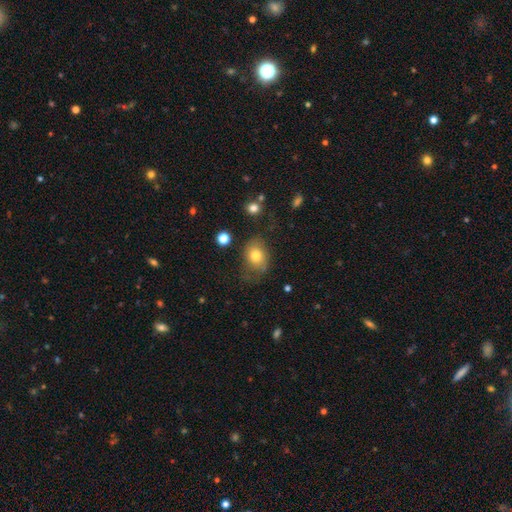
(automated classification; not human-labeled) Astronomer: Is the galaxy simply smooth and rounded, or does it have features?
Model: smooth — 76%.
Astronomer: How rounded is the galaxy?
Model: in between — 58% (runner-up: round, 41%).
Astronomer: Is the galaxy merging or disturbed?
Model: none — 55%.